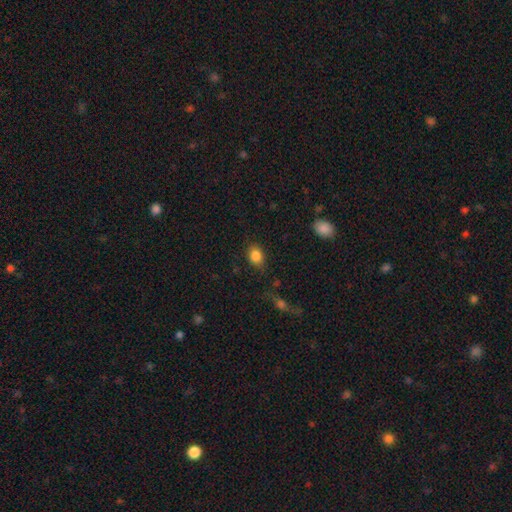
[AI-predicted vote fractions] Smooth or featured?
  - smooth: 85% *
  - star or artifact: 10%
  - featured or disk: 5%
How rounded?
  - in between: 58% *
  - round: 41%
  - cigar-shaped: 1%
Merging?
  - none: 80% *
  - minor disturbance: 14%
  - major disturbance: 4%
  - merger: 2%